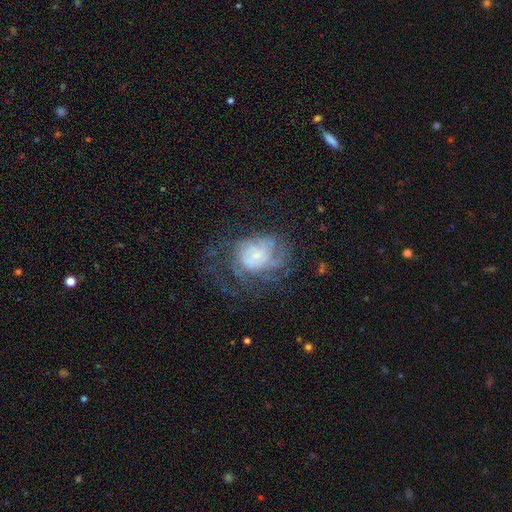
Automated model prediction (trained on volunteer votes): smooth_or_featured: featured or disk (p=0.71) [alt: smooth p=0.18]
disk_edge_on: no (p=0.97) [alt: yes p=0.03]
bar: no (p=0.76) [alt: weak p=0.21]
has_spiral_arms: yes (p=0.82) [alt: no p=0.18]
spiral_winding: tight (p=0.50) [alt: medium p=0.33]
spiral_arm_count: can't tell (p=0.51) [alt: 2 p=0.14]
bulge_size: small (p=0.63) [alt: moderate p=0.21]
merging: none (p=0.49) [alt: major disturbance p=0.29]